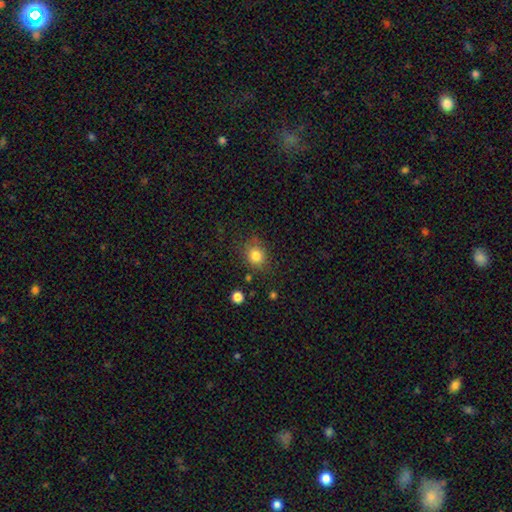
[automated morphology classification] Smooth or featured?
  - smooth: 82% *
  - star or artifact: 11%
  - featured or disk: 7%
How rounded?
  - round: 72% *
  - in between: 27%
  - cigar-shaped: 1%
Merging?
  - none: 78% *
  - minor disturbance: 14%
  - major disturbance: 4%
  - merger: 3%